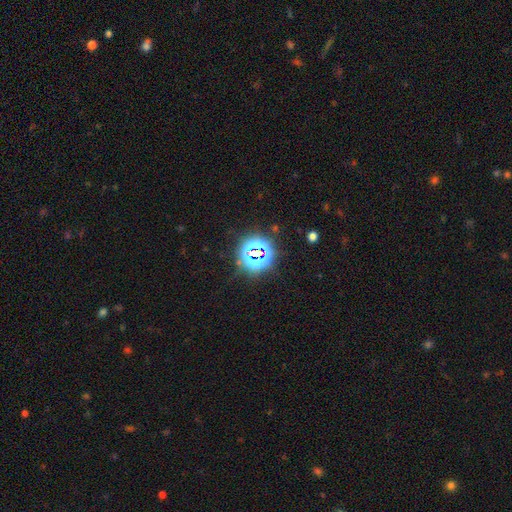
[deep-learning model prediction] Smooth or featured? Predicted: star or artifact (p=0.75).